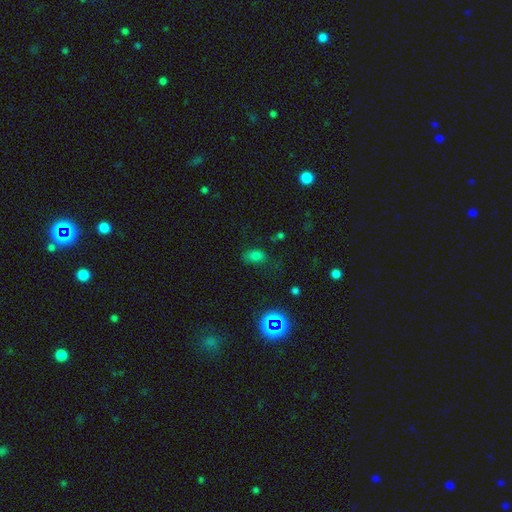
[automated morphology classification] The model was most divided on "merging": none: 65%, minor disturbance: 22%, major disturbance: 9%, merger: 3%. More confident: how rounded — in between (87%); smooth or featured — smooth (70%).